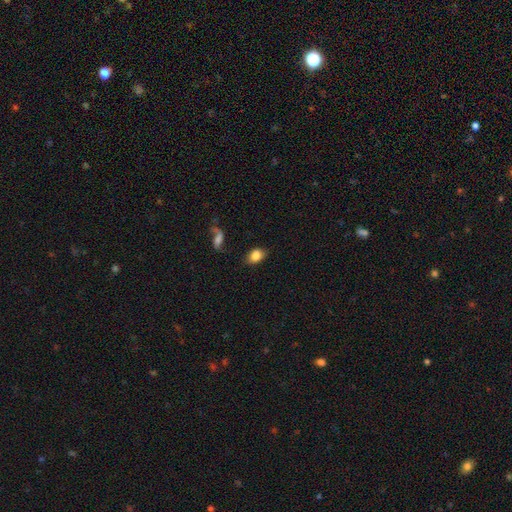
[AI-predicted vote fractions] The model was most divided on "merging": none: 73%, minor disturbance: 18%, major disturbance: 5%, merger: 4%. More confident: smooth or featured — smooth (82%); how rounded — in between (81%).